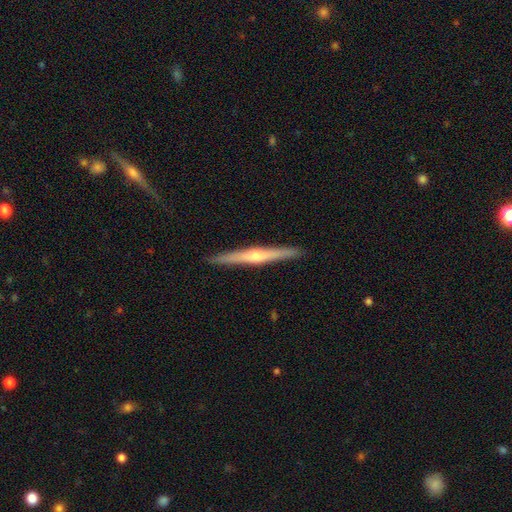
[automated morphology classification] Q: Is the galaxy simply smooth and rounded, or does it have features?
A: featured or disk — 70%.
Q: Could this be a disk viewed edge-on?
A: yes — 98%.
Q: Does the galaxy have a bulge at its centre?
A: rounded — 80%.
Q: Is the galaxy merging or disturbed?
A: none — 92%.